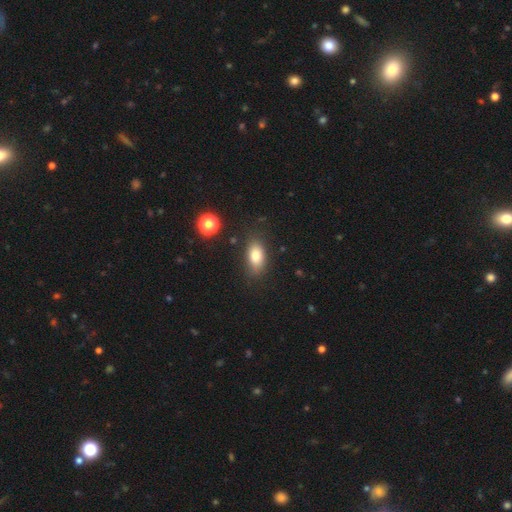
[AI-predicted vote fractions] Overall: smooth (81%). How rounded: in between (88%). Merging: none (80%).